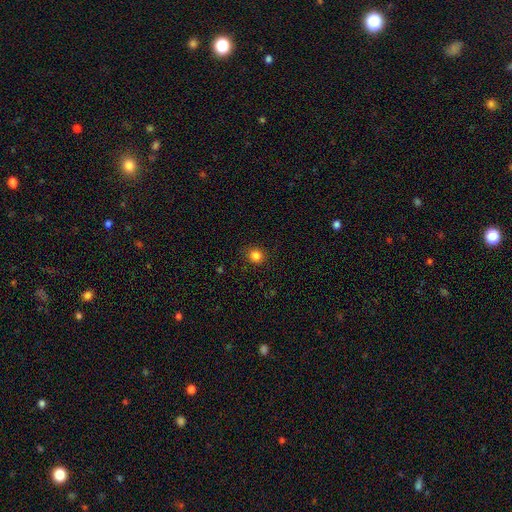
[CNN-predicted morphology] This appears to be a smooth galaxy with no disk features (84%) that is round (87%). Merging: none (89%).